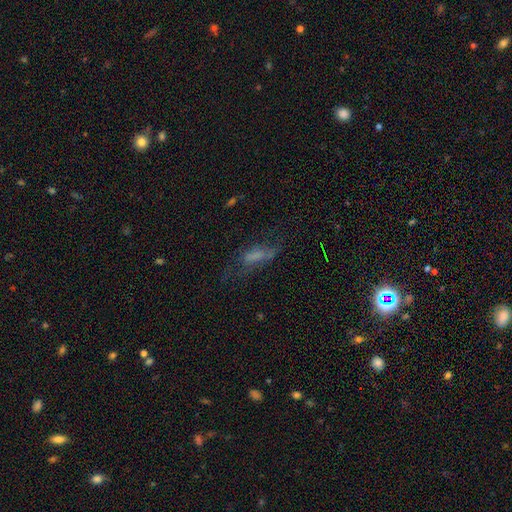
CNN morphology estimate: type=smooth (45%); merging=none (41%).